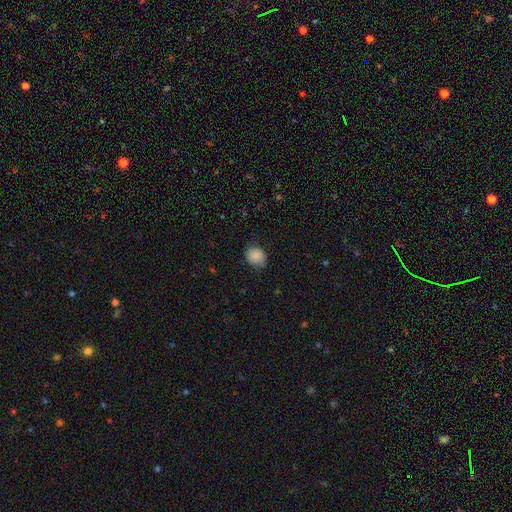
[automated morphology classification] A smooth galaxy with no disk features (84%) that is round (69%). Merging: none (74%).